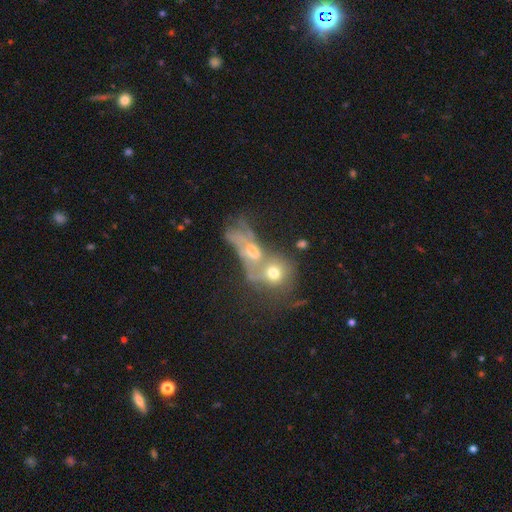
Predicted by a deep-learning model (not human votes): A featured or disk galaxy (41%).

Vote fractions:
- Smooth or featured? featured or disk: 41% / smooth: 40% / star or artifact: 19%
- Merging? merger: 74% / none: 13% / major disturbance: 7% / minor disturbance: 5%